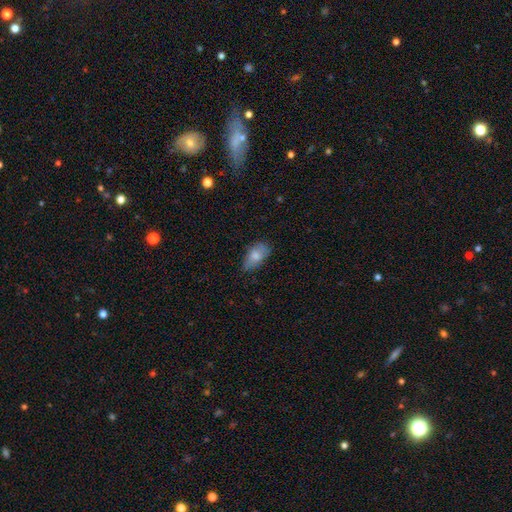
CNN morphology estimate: Overall: smooth (77%). How rounded: in between (91%). Merging: none (63%; minor disturbance 29%).